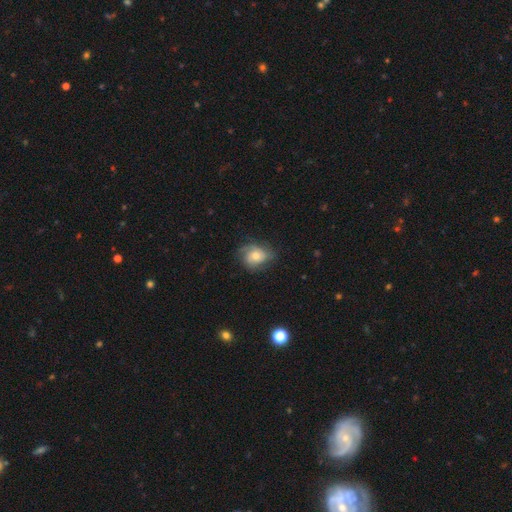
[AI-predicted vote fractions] This is possibly a featured or disk galaxy (52%). It is clearly not viewed edge-on (96%). Merging: likely none (65%).